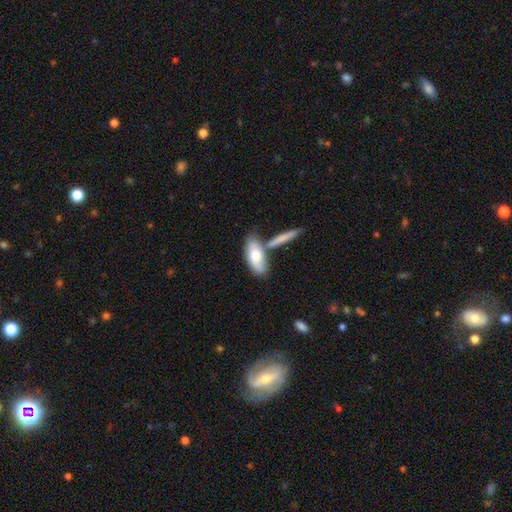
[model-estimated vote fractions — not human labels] Overall: smooth (67%; featured or disk 27%). How rounded: in between (82%). Merging: none (52%; merger 29%).